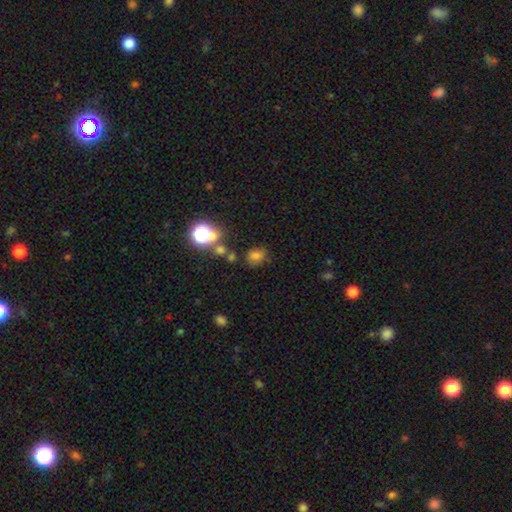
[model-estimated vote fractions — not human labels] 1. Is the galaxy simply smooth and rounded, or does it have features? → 69% smooth, 23% star or artifact, 8% featured or disk.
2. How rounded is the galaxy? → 52% round, 46% in between, 1% cigar-shaped.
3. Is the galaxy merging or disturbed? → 71% none, 16% minor disturbance, 8% merger, 5% major disturbance.